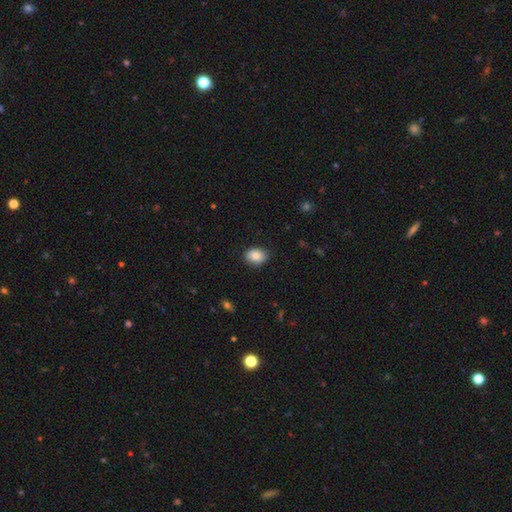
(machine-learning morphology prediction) The model was most divided on "how rounded": in between: 71%, round: 28%, cigar-shaped: 1%. More confident: smooth or featured — smooth (87%); merging — none (86%).